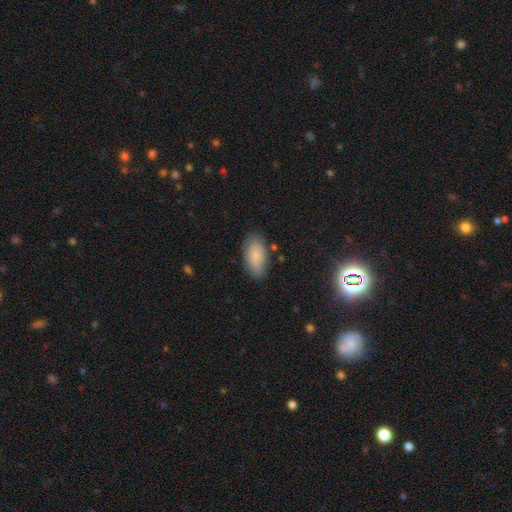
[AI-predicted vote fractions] Q: Smooth or featured?
A: smooth (78%); runner-up: featured or disk (14%)
Q: How rounded?
A: in between (93%); runner-up: round (3%)
Q: Merging?
A: none (78%); runner-up: minor disturbance (16%)